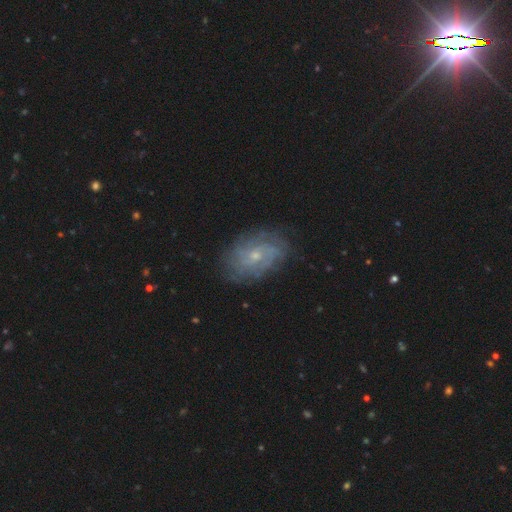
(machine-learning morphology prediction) smooth_or_featured: featured or disk (p=0.73) [alt: smooth p=0.18]
disk_edge_on: no (p=0.96) [alt: yes p=0.04]
bar: no (p=0.70) [alt: weak p=0.26]
has_spiral_arms: yes (p=0.88) [alt: no p=0.12]
spiral_winding: tight (p=0.59) [alt: medium p=0.30]
spiral_arm_count: can't tell (p=0.51) [alt: 2 p=0.16]
bulge_size: small (p=0.67) [alt: moderate p=0.29]
merging: none (p=0.79) [alt: minor disturbance p=0.15]